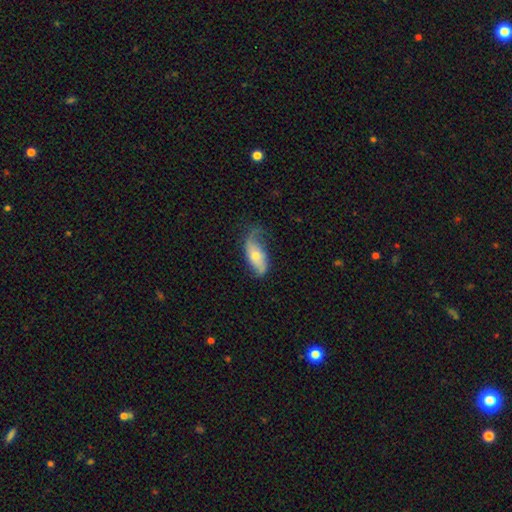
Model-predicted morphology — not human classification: Smooth or featured? Predicted: featured or disk (p=0.51). Edge-on disk? Predicted: no (p=0.87). Merging? Predicted: none (p=0.45).